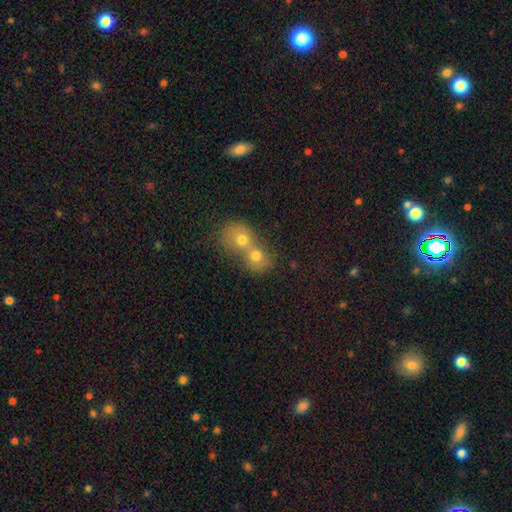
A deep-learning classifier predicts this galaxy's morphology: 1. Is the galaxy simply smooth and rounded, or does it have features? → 70% smooth, 19% featured or disk, 12% star or artifact.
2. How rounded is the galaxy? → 71% round, 28% in between, 1% cigar-shaped.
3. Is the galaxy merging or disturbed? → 75% merger, 18% none, 4% minor disturbance, 2% major disturbance.